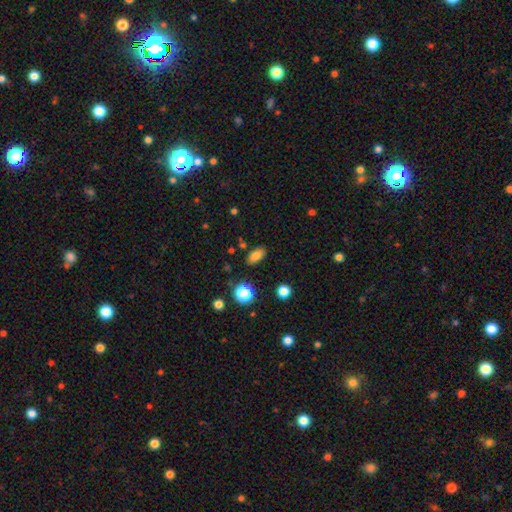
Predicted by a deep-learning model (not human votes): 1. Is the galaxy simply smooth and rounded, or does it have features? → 80% smooth, 13% star or artifact, 7% featured or disk.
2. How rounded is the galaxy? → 86% in between, 9% round, 5% cigar-shaped.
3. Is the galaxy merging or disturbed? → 84% none, 10% minor disturbance, 3% merger, 3% major disturbance.